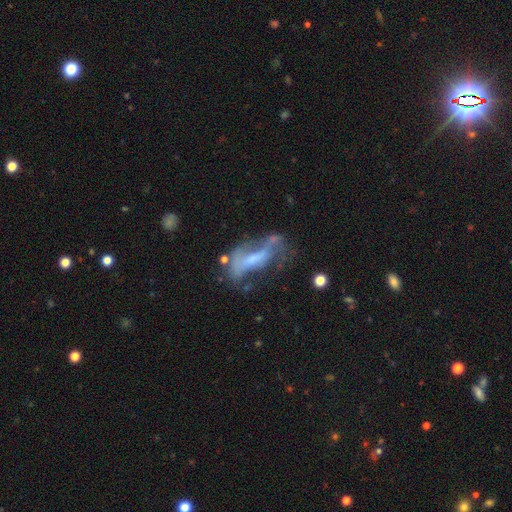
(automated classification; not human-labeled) featured or disk 61%, smooth 22%, star or artifact 17%. Down the decision tree: edge-on disk — no (79%); merging — none (40%).